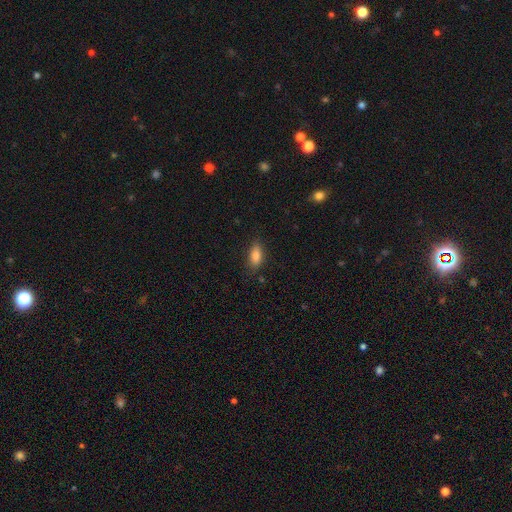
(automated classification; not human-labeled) The model was most divided on "merging": none: 82%, minor disturbance: 13%, major disturbance: 3%, merger: 1%. More confident: how rounded — in between (85%); smooth or featured — smooth (84%).